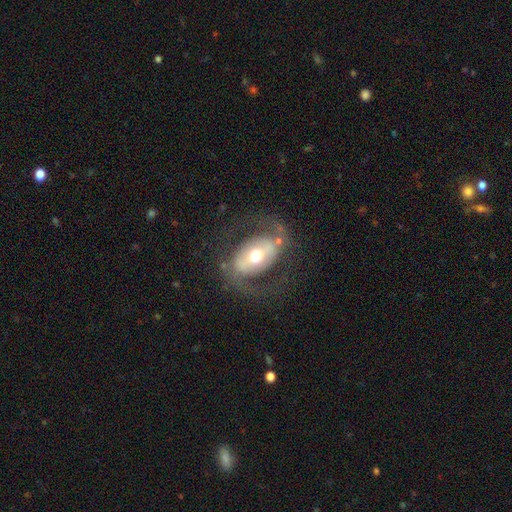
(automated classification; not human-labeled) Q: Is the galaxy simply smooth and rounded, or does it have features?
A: featured or disk — 70%.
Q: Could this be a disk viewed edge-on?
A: no — 94%.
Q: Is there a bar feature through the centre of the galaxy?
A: no — 37%.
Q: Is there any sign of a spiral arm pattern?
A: yes — 63%.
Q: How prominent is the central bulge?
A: moderate — 69%.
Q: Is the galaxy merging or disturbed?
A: none — 68%.